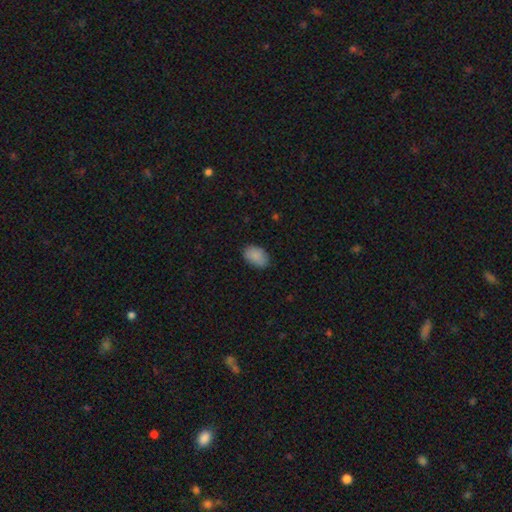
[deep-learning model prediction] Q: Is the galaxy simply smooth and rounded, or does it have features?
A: smooth — 88%.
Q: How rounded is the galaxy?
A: in between — 86%.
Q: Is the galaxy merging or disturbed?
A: none — 79%.